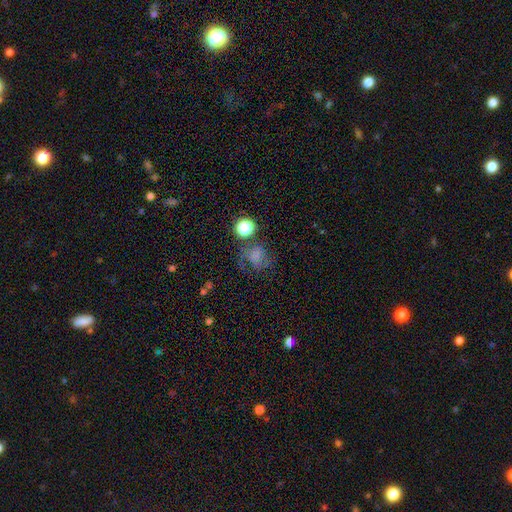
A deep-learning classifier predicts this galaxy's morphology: This is likely a smooth galaxy (62%). How rounded: likely round (72%). Merging: possibly none (48%).